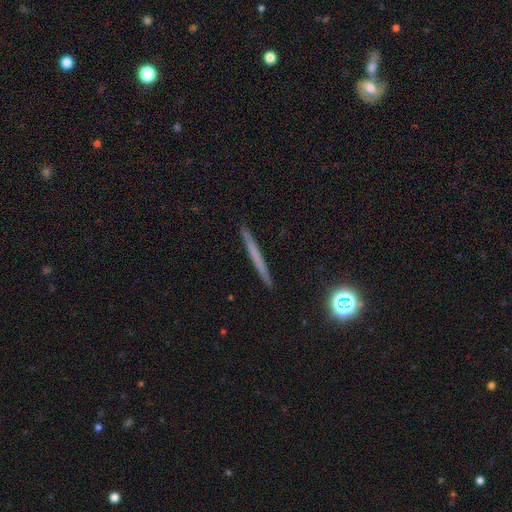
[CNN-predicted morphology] This appears to be a smooth galaxy with no disk features (48%). Merging: none (92%).